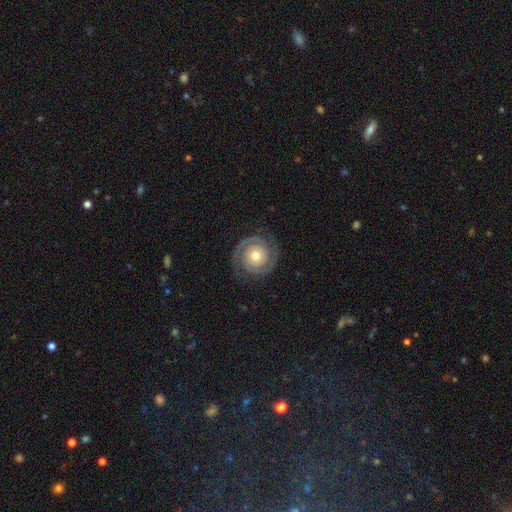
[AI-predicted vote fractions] A featured or disk galaxy (91%) with no bar (79%), 2 (93%) tight (75%) spiral arms (98%) and a moderate central bulge (72%).

Vote fractions:
- Smooth or featured? featured or disk: 91% / smooth: 5% / star or artifact: 4%
- Edge-on disk? no: 98% / yes: 2%
- Bar? no: 79% / weak: 15% / strong: 6%
- Spiral arms? yes: 98% / no: 2%
- Spiral winding? tight: 75% / medium: 21% / loose: 4%
- Spiral arm count? 2: 93% / can't tell: 2% / 3: 2% / 1: 1% / 4: 1% / more than 4: 1%
- Bulge size? moderate: 72% / small: 21% / large: 5% / dominant: 1% / none: 1%
- Merging? none: 85% / minor disturbance: 10% / major disturbance: 3% / merger: 1%